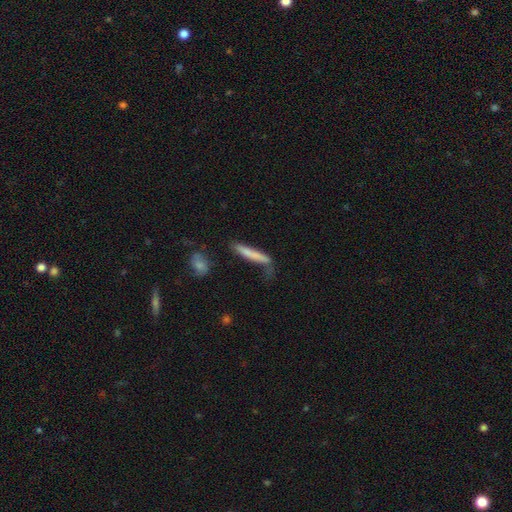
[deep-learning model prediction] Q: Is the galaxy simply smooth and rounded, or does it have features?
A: smooth — 70%.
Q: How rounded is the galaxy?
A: cigar-shaped — 93%.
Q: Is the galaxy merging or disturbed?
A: none — 53%.